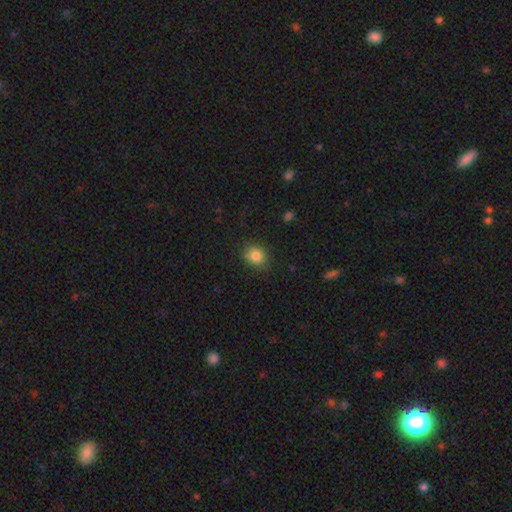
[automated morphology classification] Smooth or featured?
  - smooth: 83% *
  - star or artifact: 11%
  - featured or disk: 6%
How rounded?
  - round: 63% *
  - in between: 36%
  - cigar-shaped: 1%
Merging?
  - none: 79% *
  - minor disturbance: 16%
  - major disturbance: 3%
  - merger: 1%